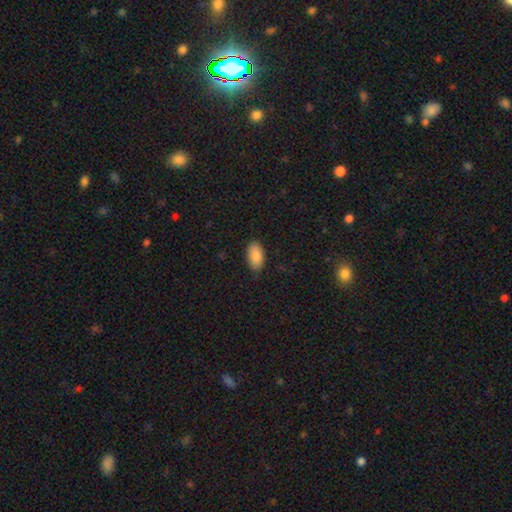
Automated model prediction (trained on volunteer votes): Smooth or featured: smooth — 89% (star or artifact — 7%)
How rounded: in between — 95% (round — 3%)
Merging: none — 86% (minor disturbance — 11%)